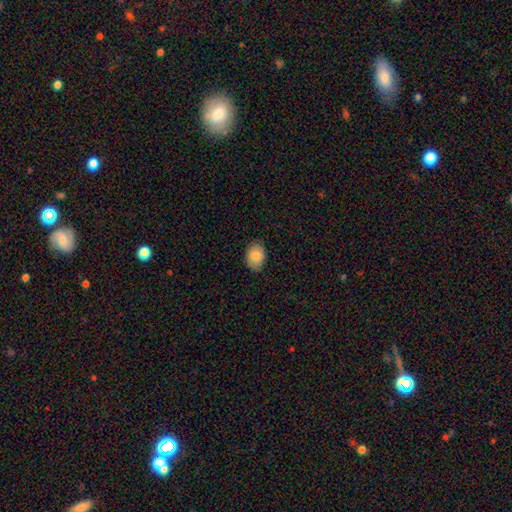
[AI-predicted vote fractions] A smooth galaxy with no disk features (83%) that is in between round and cigar-shaped (77%). Merging: none (83%).